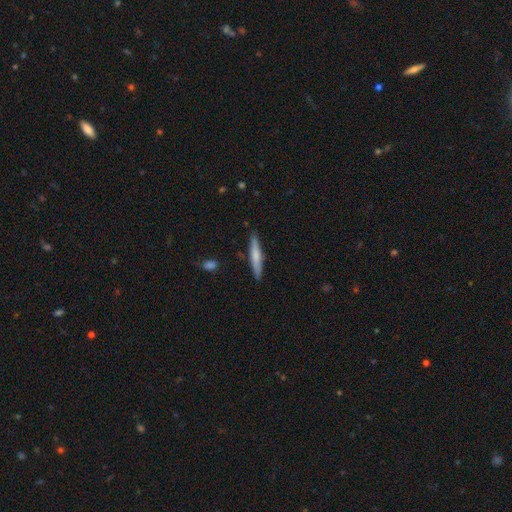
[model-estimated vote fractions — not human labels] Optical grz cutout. It shows a smooth galaxy with no disk features (64%) that is cigar-shaped (93%). Merging: none (88%).